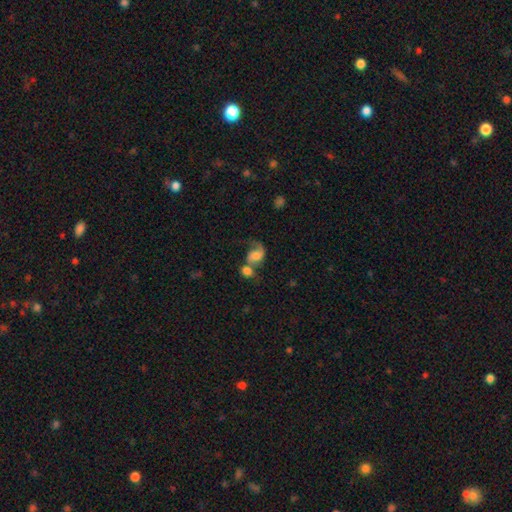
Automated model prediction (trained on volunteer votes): A featured or disk galaxy (48%). Merging: merger (58%).